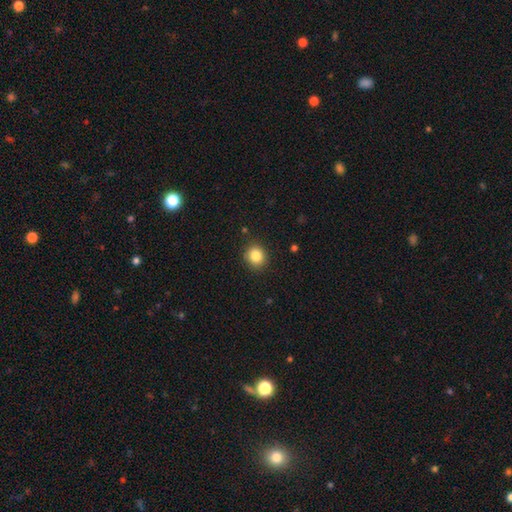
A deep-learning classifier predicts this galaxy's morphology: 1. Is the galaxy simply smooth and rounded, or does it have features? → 84% smooth, 10% star or artifact, 6% featured or disk.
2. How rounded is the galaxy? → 83% round, 16% in between, 1% cigar-shaped.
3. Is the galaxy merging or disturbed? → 89% none, 7% minor disturbance, 2% major disturbance, 1% merger.